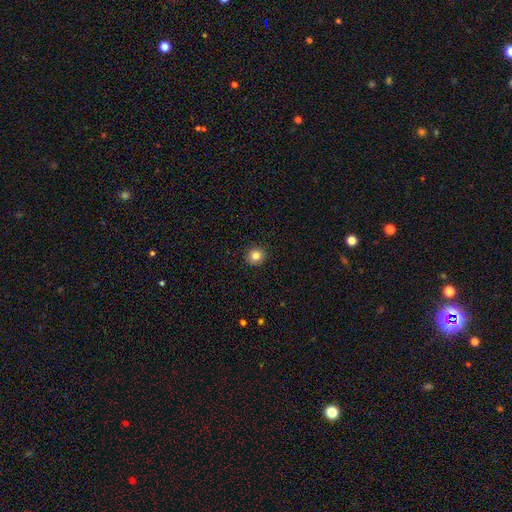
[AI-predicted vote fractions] Smooth or featured? Predicted: smooth (p=0.83). How rounded? Predicted: round (p=0.88). Merging? Predicted: none (p=0.92).